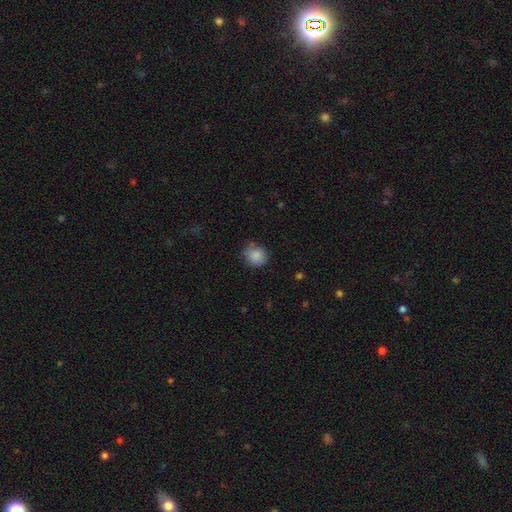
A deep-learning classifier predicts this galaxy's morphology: This appears to be a smooth galaxy with no disk features (86%) that is round (80%). Merging: none (78%).